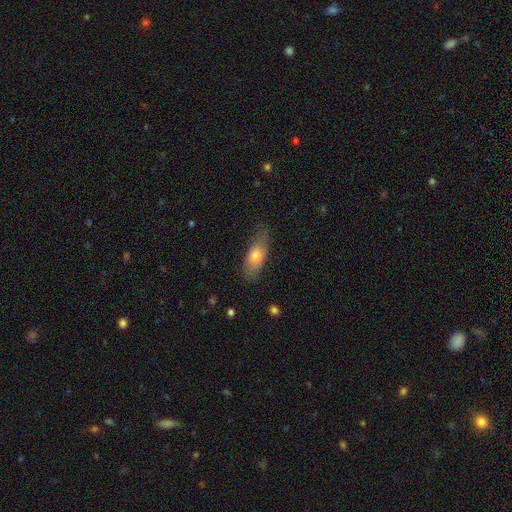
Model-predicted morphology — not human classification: Smooth or featured?
  - smooth: 73% *
  - featured or disk: 20%
  - star or artifact: 7%
How rounded?
  - in between: 72% *
  - cigar-shaped: 25%
  - round: 3%
Merging?
  - none: 68% *
  - minor disturbance: 24%
  - major disturbance: 7%
  - merger: 1%